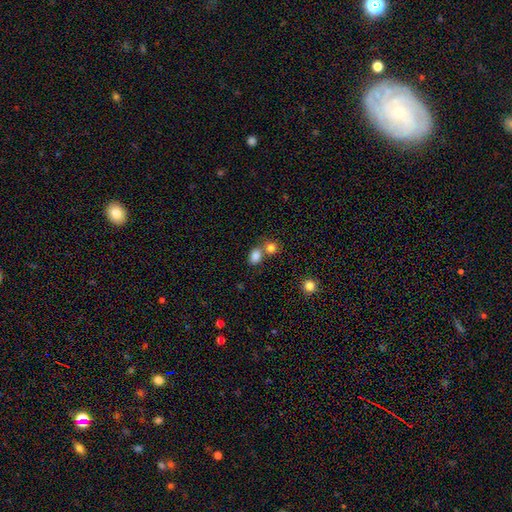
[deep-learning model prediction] Smooth or featured: smooth — 83% (star or artifact — 11%)
How rounded: in between — 63% (round — 35%)
Merging: none — 49% (merger — 39%)